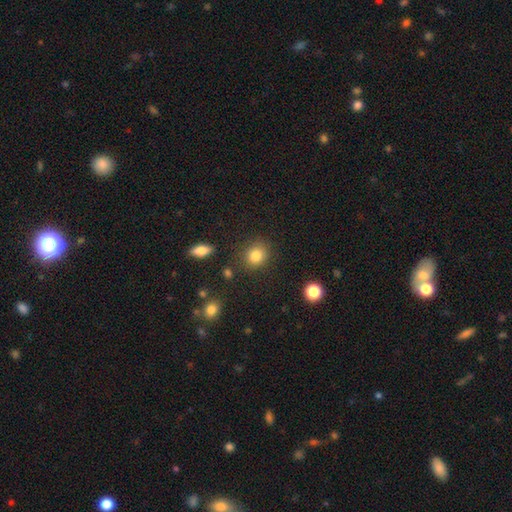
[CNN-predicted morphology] A smooth galaxy with no disk features (83%) that is round (79%). Merging: none (83%).